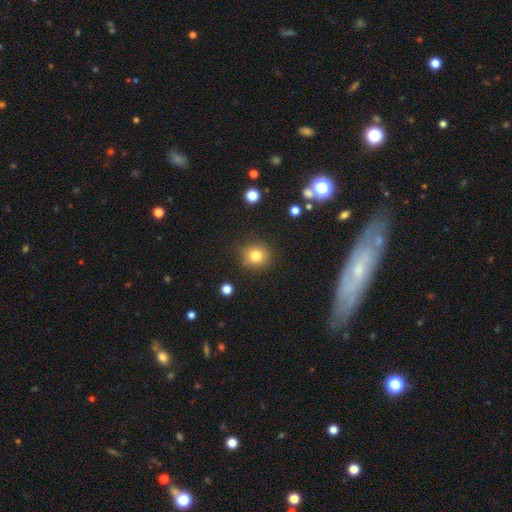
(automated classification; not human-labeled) Smooth or featured? Predicted: smooth (p=0.80). How rounded? Predicted: round (p=0.87). Merging? Predicted: none (p=0.86).